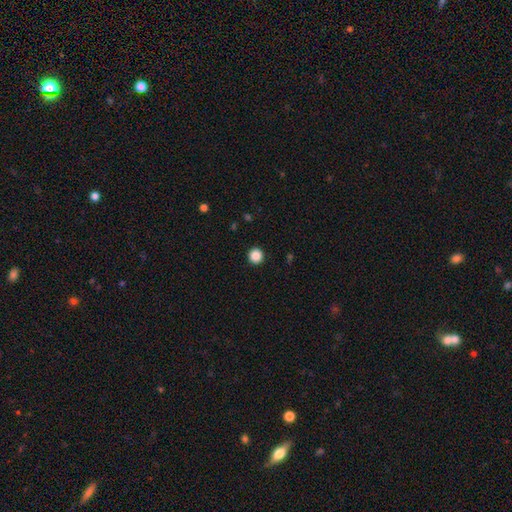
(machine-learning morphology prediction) This appears to be a smooth galaxy with no disk features (87%) that is round (95%). Merging: none (93%).